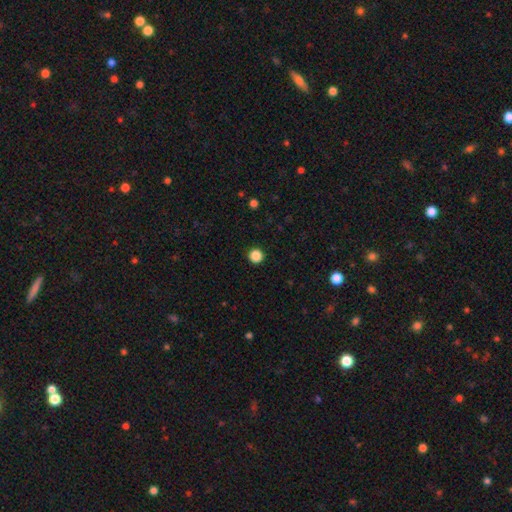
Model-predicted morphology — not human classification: smooth-or-featured: smooth: 87% | star or artifact: 11% | featured or disk: 3%
  how-rounded: round: 96% | in between: 3% | cigar-shaped: 1%
  merging: none: 94% | minor disturbance: 4% | major disturbance: 1% | merger: 1%